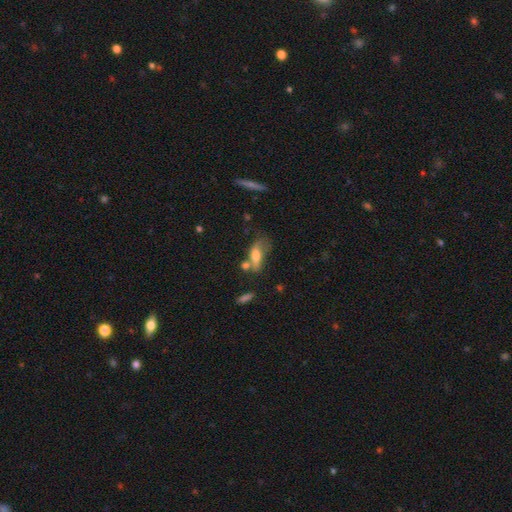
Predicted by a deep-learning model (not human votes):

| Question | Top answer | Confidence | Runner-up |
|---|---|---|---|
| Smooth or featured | smooth | 62% | featured or disk (29%) |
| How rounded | in between | 73% | cigar-shaped (21%) |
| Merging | none | 29% | minor disturbance (24%) |